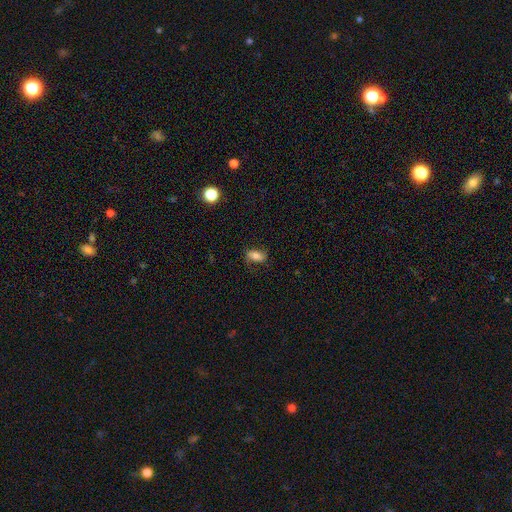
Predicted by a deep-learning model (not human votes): The model was most divided on "smooth or featured": smooth: 65%, featured or disk: 25%, star or artifact: 10%. More confident: how rounded — in between (86%); merging — none (70%).